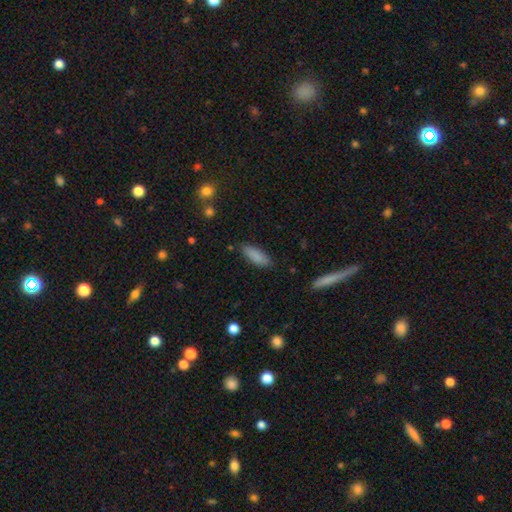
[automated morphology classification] This is clearly a smooth galaxy (87%). How rounded: likely in between (60%). Merging: clearly none (83%).